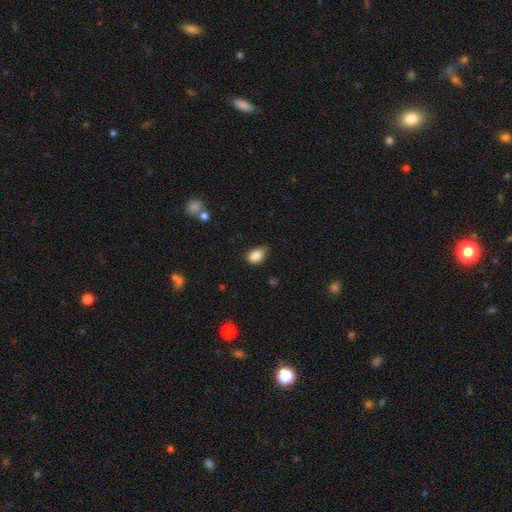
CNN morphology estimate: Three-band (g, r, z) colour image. It shows a smooth galaxy with no disk features (86%) that is in between round and cigar-shaped (74%). Merging: none (53%).